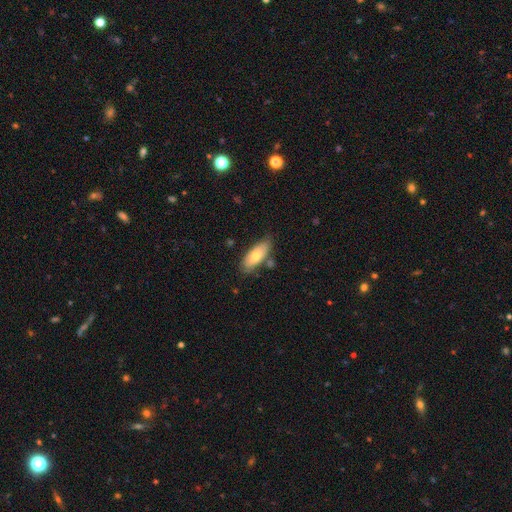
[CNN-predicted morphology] smooth-or-featured: smooth: 68% | featured or disk: 25% | star or artifact: 6%
  how-rounded: in between: 81% | cigar-shaped: 16% | round: 2%
  merging: none: 75% | minor disturbance: 16% | merger: 6% | major disturbance: 3%